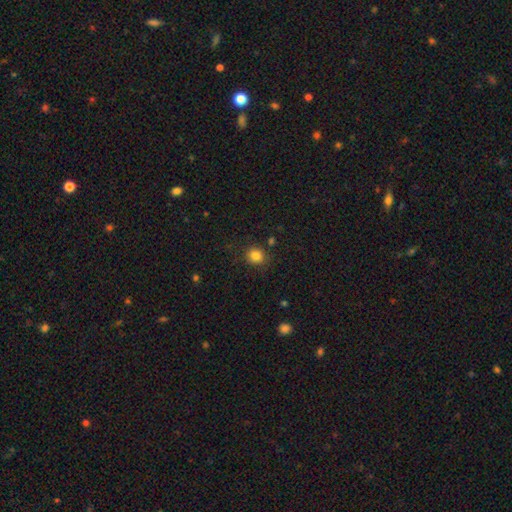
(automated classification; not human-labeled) Q: Smooth or featured?
A: smooth (83%); runner-up: star or artifact (12%)
Q: How rounded?
A: round (86%); runner-up: in between (13%)
Q: Merging?
A: none (86%); runner-up: minor disturbance (9%)